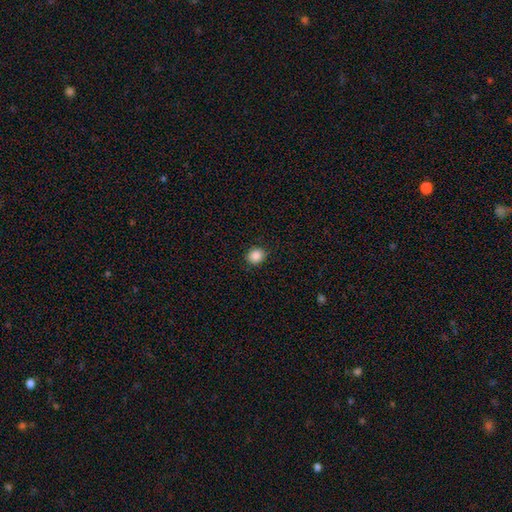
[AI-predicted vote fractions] smooth 88%, star or artifact 10%, featured or disk 3%. Down the decision tree: how rounded — round (83%); merging — none (89%).